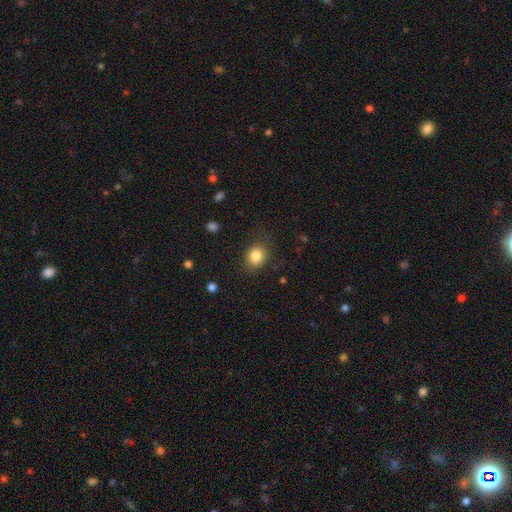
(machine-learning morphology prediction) This appears to be a smooth galaxy with no disk features (84%) that is round (66%). Merging: none (82%).